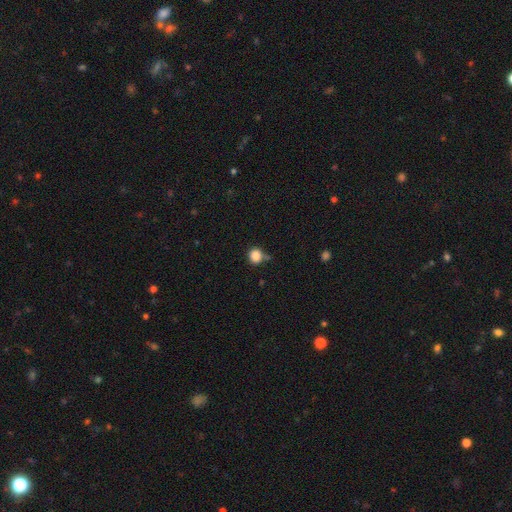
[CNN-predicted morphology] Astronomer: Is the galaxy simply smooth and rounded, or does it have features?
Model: smooth — 85%.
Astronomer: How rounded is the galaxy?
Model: round — 83%.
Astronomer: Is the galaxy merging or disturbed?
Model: none — 64%.